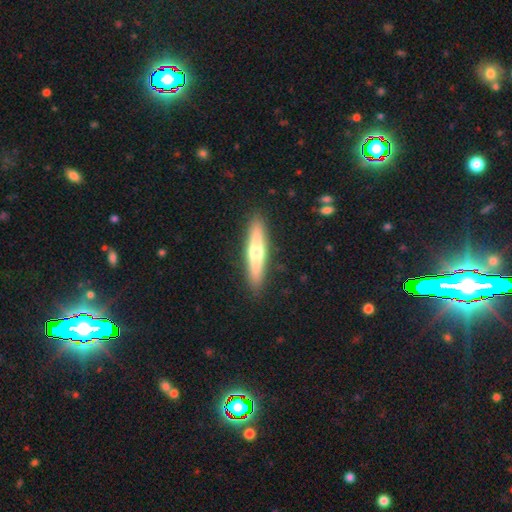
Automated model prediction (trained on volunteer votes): smooth 48%, featured or disk 46%, star or artifact 6%. Down the decision tree: merging — none (90%).